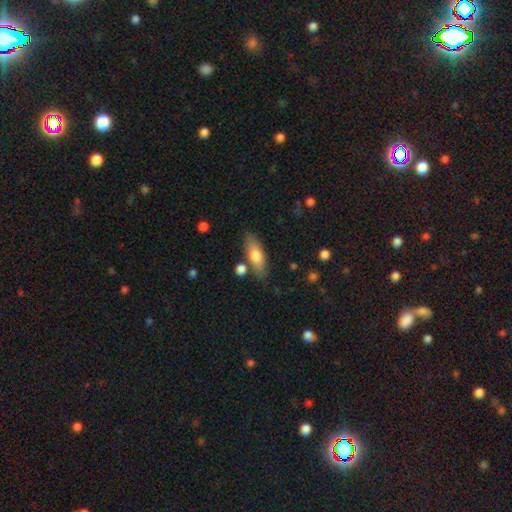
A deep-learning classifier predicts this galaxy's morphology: A smooth galaxy with no disk features (74%) that is in between round and cigar-shaped (64%). Merging: none (78%).